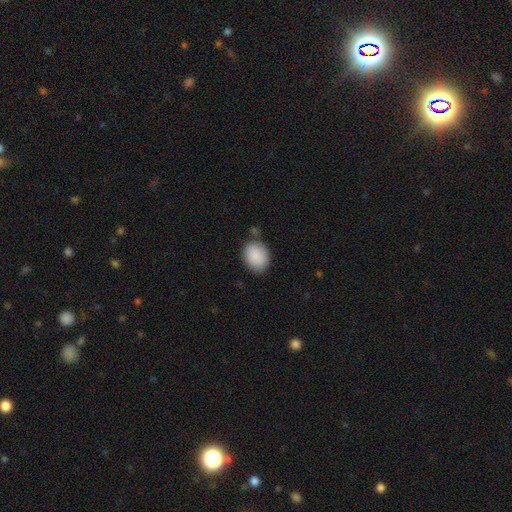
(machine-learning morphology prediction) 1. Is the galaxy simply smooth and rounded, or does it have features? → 89% smooth, 7% star or artifact, 4% featured or disk.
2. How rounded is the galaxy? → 65% in between, 34% round, 1% cigar-shaped.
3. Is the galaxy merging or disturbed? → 74% none, 17% minor disturbance, 5% merger, 4% major disturbance.